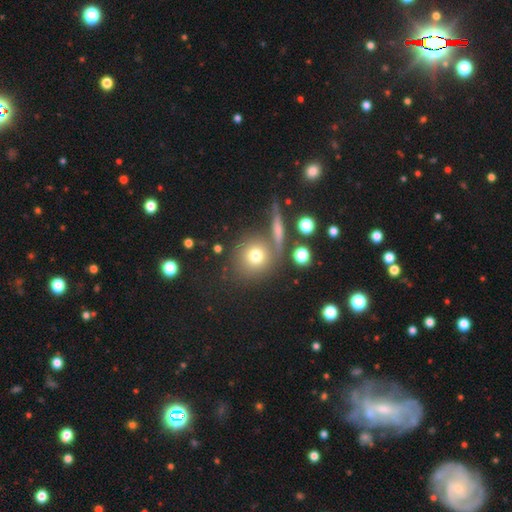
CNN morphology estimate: Smooth or featured? Predicted: smooth (p=0.72). How rounded? Predicted: round (p=0.87). Merging? Predicted: none (p=0.68).